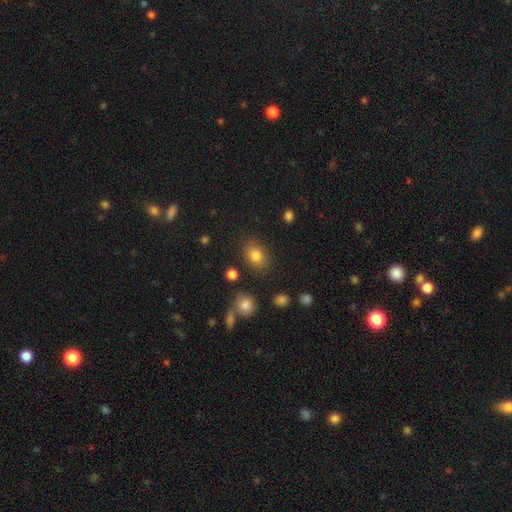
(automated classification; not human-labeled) Smooth or featured? Predicted: smooth (p=0.82). How rounded? Predicted: in between (p=0.60). Merging? Predicted: none (p=0.81).